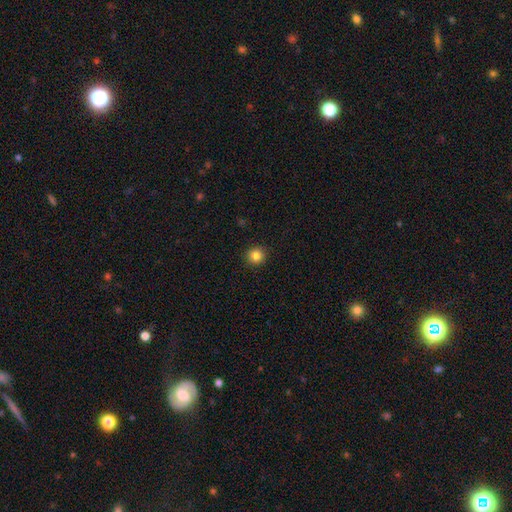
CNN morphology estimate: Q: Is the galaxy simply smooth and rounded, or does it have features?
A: smooth — 84%.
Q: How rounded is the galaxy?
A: round — 93%.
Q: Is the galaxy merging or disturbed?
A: none — 92%.